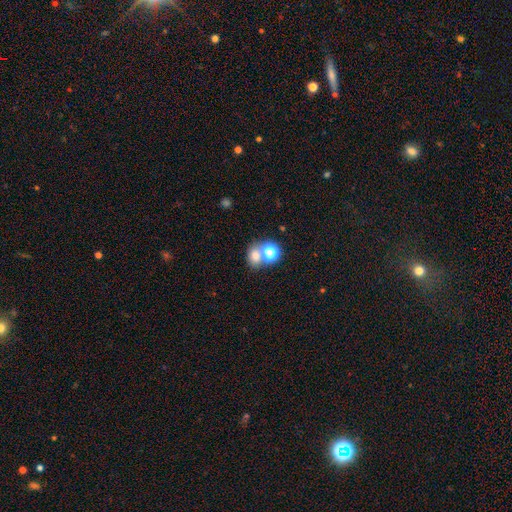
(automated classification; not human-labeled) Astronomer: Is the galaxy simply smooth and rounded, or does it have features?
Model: smooth — 71%.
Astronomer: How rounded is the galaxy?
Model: round — 59% (runner-up: in between, 39%).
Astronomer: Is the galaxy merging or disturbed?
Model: none — 49% (runner-up: merger, 39%).